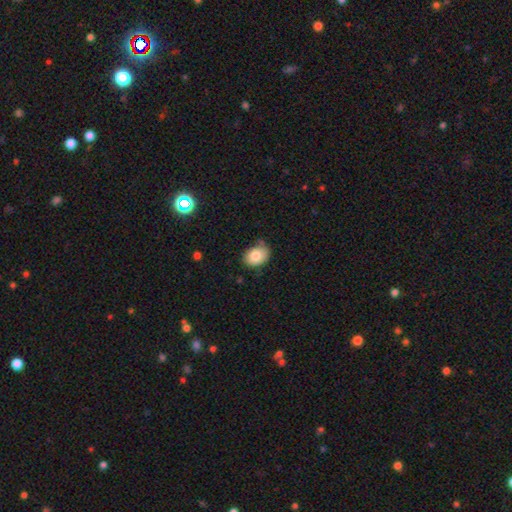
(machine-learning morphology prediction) smooth-or-featured: smooth: 81% | featured or disk: 10% | star or artifact: 8%
  how-rounded: in between: 72% | round: 27% | cigar-shaped: 1%
  merging: none: 67% | minor disturbance: 25% | major disturbance: 5% | merger: 4%